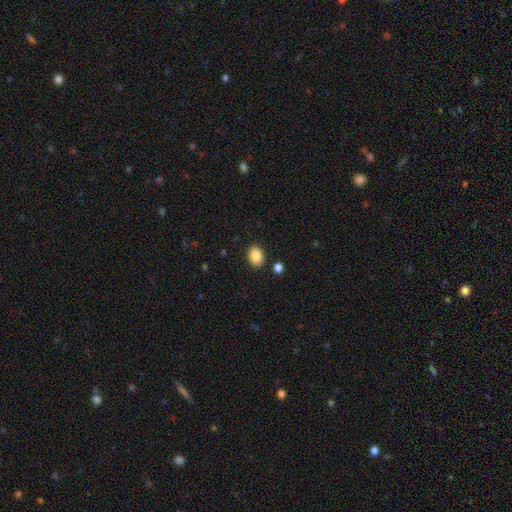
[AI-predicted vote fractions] Smooth or featured? smooth (87%)
How rounded? in between (74%)
Merging? none (88%)